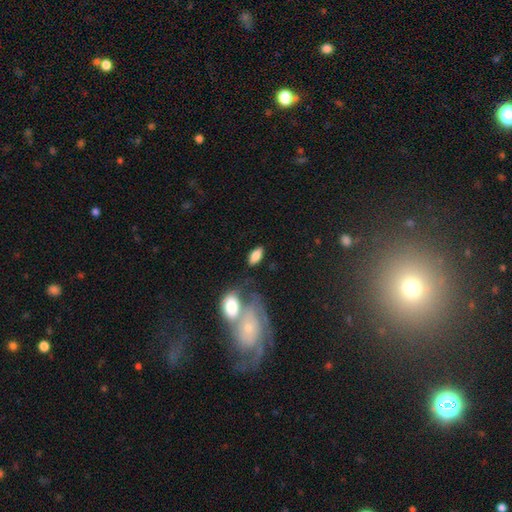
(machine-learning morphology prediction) Smooth or featured? smooth (81%)
How rounded? in between (87%)
Merging? none (73%)